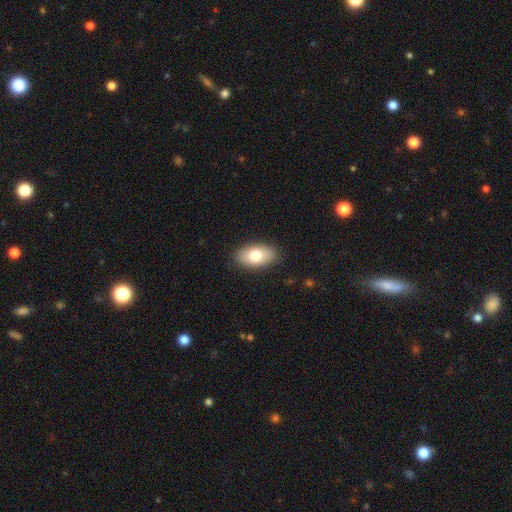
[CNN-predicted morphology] This appears to be a smooth galaxy with no disk features (76%) that is in between round and cigar-shaped (92%). Merging: none (87%).